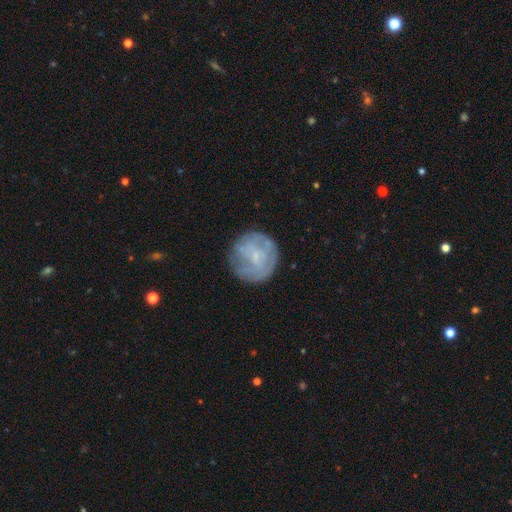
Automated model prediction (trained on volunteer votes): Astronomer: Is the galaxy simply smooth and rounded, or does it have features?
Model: featured or disk — 49% (runner-up: smooth, 43%).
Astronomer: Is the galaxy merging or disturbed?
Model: none — 75%.